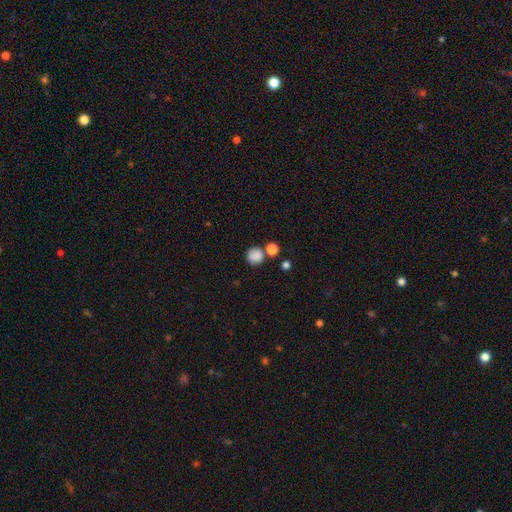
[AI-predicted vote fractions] Overall: smooth (84%). How rounded: round (90%). Merging: none (67%).